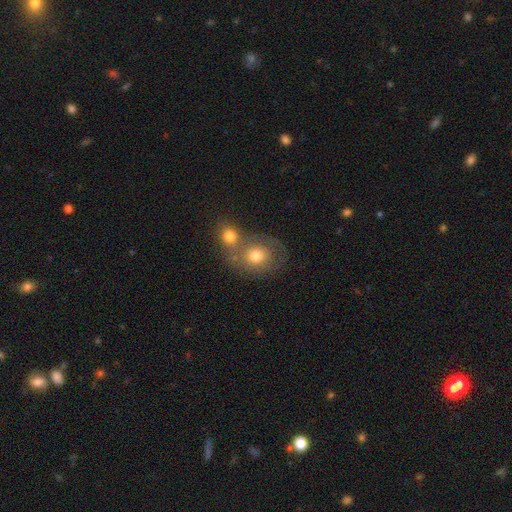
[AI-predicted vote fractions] Overall: smooth (64%; featured or disk 27%). How rounded: round (63%; in between 36%). Merging: merger (50%; none 34%).